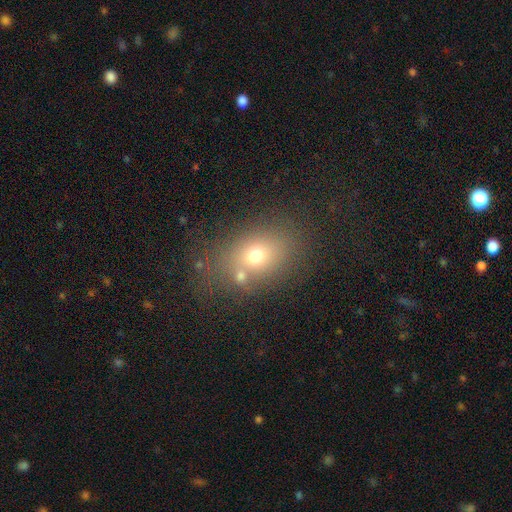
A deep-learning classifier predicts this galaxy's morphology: type=smooth (67%); roundness=in between (67%); merging=none (60%).